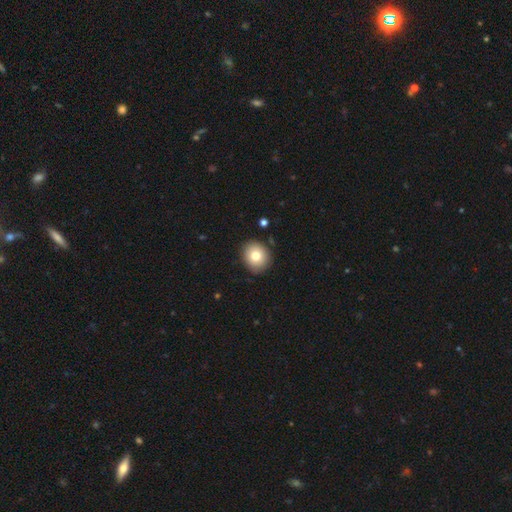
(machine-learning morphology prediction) This appears to be a smooth galaxy with no disk features (78%) that is round (74%). Merging: none (88%).